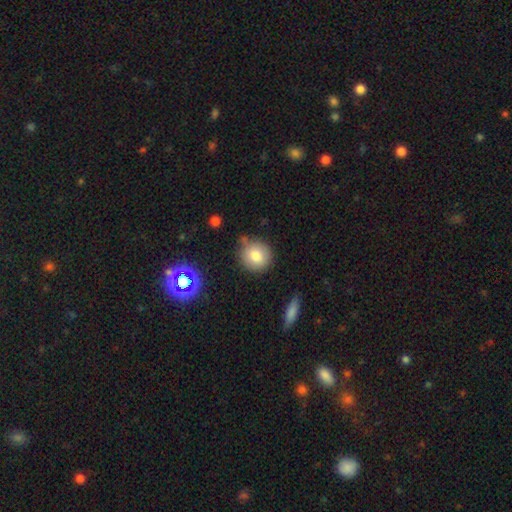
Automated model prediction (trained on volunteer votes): Smooth or featured? smooth (80%)
How rounded? round (87%)
Merging? none (76%)